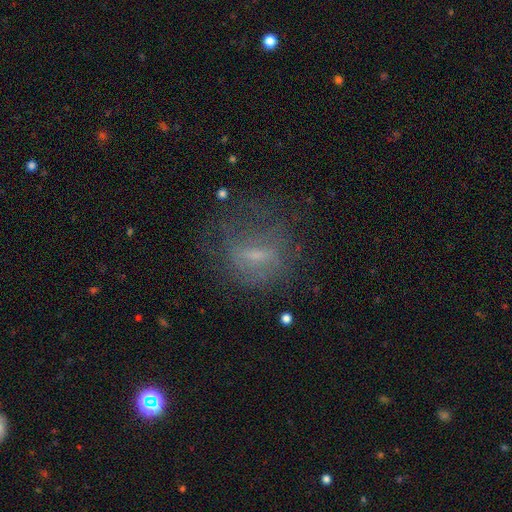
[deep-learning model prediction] A featured or disk galaxy (47%). Merging: none (55%).